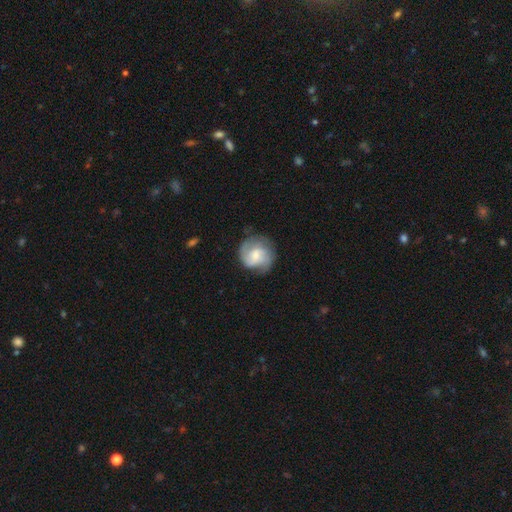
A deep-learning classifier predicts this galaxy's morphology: featured or disk 63%, smooth 31%, star or artifact 6%. Down the decision tree: edge-on disk — no (98%); bar — weak (46%); spiral arms — yes (91%); spiral arm count — 2 (54%); spiral winding — medium (44%); bulge size — moderate (41%); merging — none (68%).